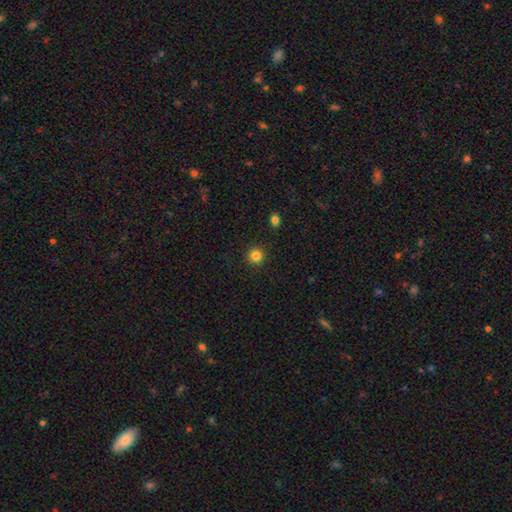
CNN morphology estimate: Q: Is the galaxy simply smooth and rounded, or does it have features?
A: smooth — 84%.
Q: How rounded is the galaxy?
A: round — 94%.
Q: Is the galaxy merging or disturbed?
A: none — 92%.